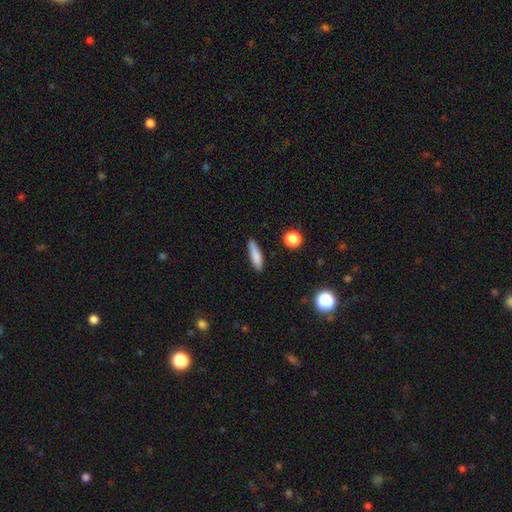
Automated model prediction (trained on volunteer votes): Smooth or featured? smooth (83%)
How rounded? cigar-shaped (69%)
Merging? none (80%)